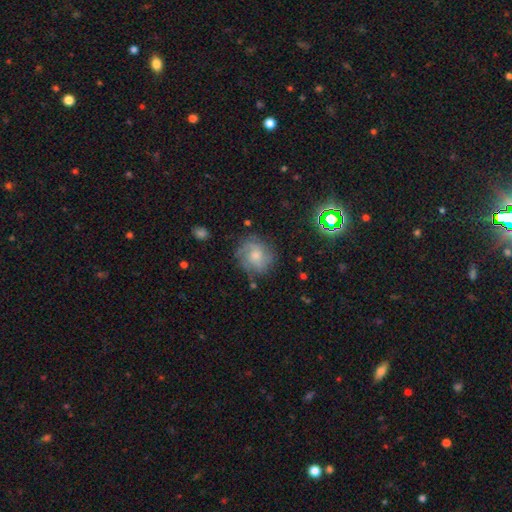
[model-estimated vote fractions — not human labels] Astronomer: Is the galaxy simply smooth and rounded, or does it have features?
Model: featured or disk — 63%.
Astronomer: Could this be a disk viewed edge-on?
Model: no — 98%.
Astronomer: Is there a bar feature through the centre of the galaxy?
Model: no — 72%.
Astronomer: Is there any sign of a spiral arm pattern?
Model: yes — 91%.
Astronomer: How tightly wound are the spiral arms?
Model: tight — 47% (runner-up: medium, 40%).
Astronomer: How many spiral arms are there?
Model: can't tell — 32% (runner-up: 2, 25%).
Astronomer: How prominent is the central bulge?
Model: moderate — 44% (runner-up: small, 39%).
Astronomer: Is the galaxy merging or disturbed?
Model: none — 70%.